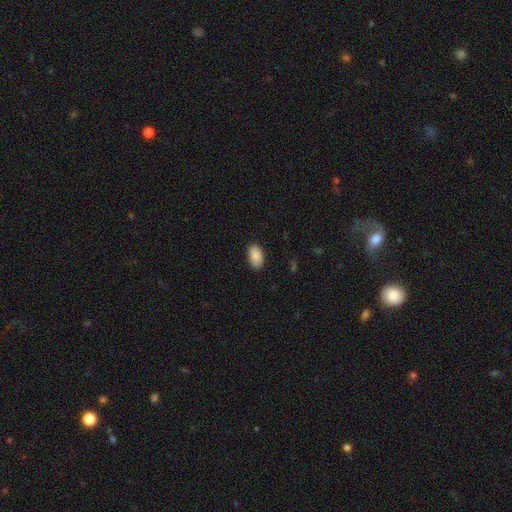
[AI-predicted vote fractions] Smooth or featured?
  - smooth: 90% *
  - star or artifact: 7%
  - featured or disk: 3%
How rounded?
  - in between: 94% *
  - round: 4%
  - cigar-shaped: 2%
Merging?
  - none: 87% *
  - minor disturbance: 10%
  - major disturbance: 2%
  - merger: 1%